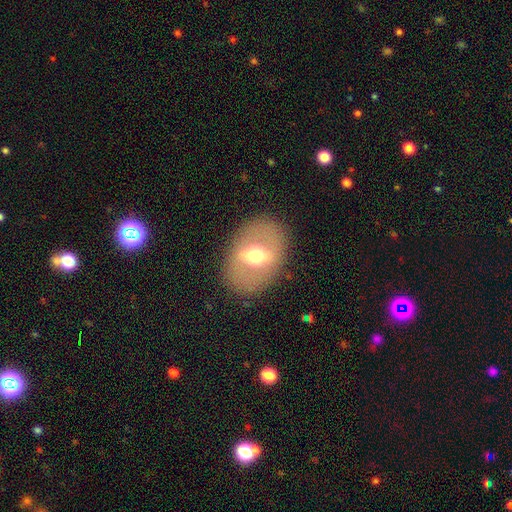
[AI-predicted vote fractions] smooth-or-featured: featured or disk: 52% | smooth: 39% | star or artifact: 9%
  disk-edge-on: no: 83% | yes: 17%
  merging: none: 83% | minor disturbance: 10% | major disturbance: 6% | merger: 1%